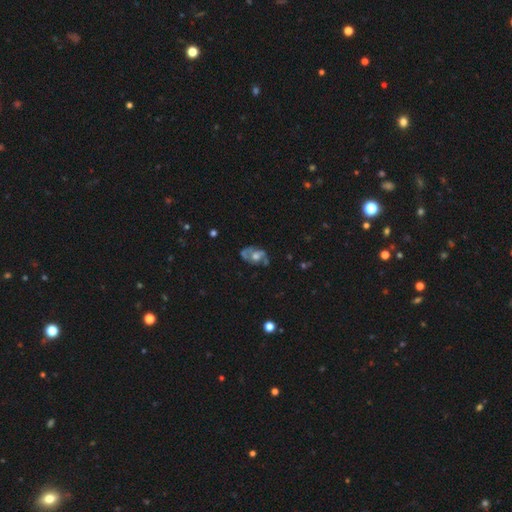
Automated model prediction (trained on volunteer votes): Overall: featured or disk (73%). Edge-on disk: no (95%). Bar: no (69%). Spiral arms: yes (72%). Spiral arm count: 2 (69%). Spiral winding: medium (48%; loose 26%). Bulge size: moderate (55%; large 24%). Merging: none (64%).